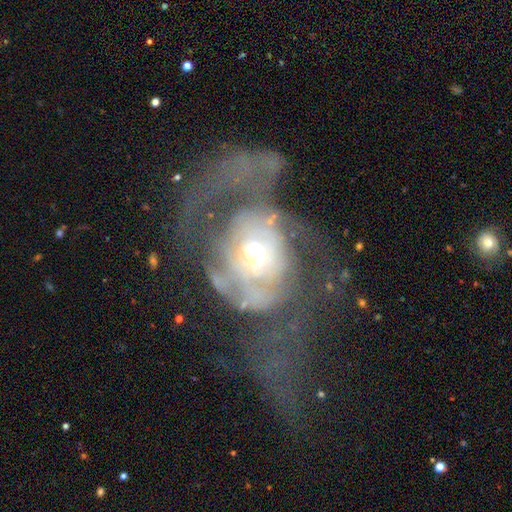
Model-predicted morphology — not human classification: Overall: featured or disk (70%). Edge-on disk: no (96%). Bar: no (76%). Spiral arms: yes (56%; no 44%). Bulge size: moderate (61%; small 26%). Merging: major disturbance (63%).